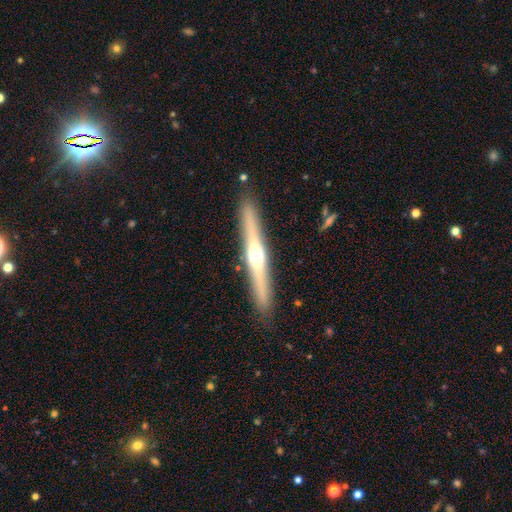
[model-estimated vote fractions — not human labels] Smooth or featured? featured or disk (69%)
Edge-on disk? yes (97%)
Edge-on bulge? rounded (92%)
Merging? none (90%)